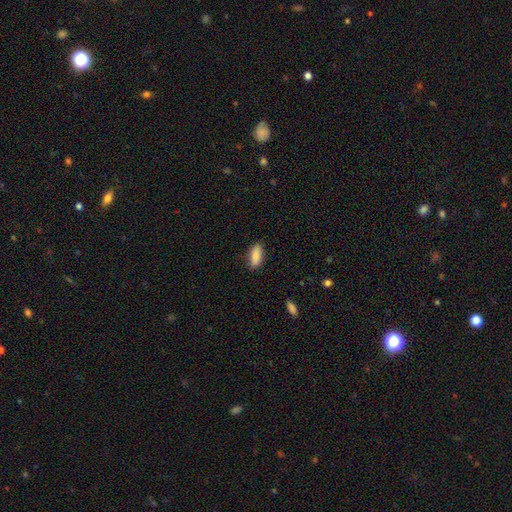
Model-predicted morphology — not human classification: smooth_or_featured: smooth (p=0.85) [alt: featured or disk p=0.08]
how_rounded: in between (p=0.78) [alt: cigar-shaped p=0.19]
merging: none (p=0.83) [alt: minor disturbance p=0.13]